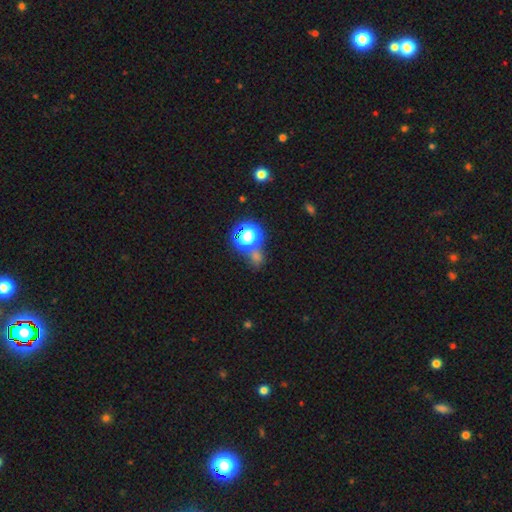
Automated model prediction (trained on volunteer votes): smooth_or_featured: smooth (p=0.47) [alt: star or artifact p=0.46]
merging: none (p=0.63) [alt: merger p=0.22]